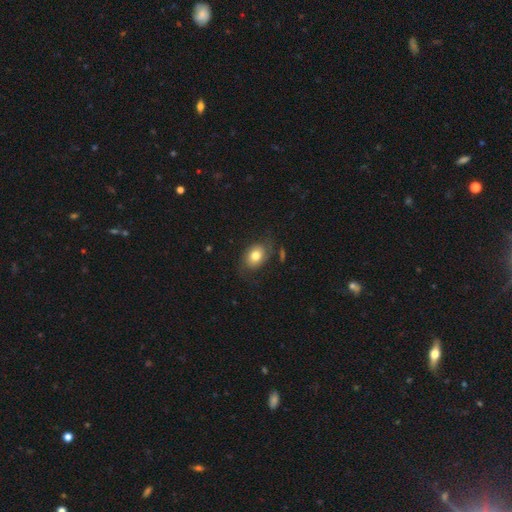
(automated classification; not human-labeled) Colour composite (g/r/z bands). It shows a smooth galaxy with no disk features (70%) that is in between round and cigar-shaped (68%). Merging: none (64%).